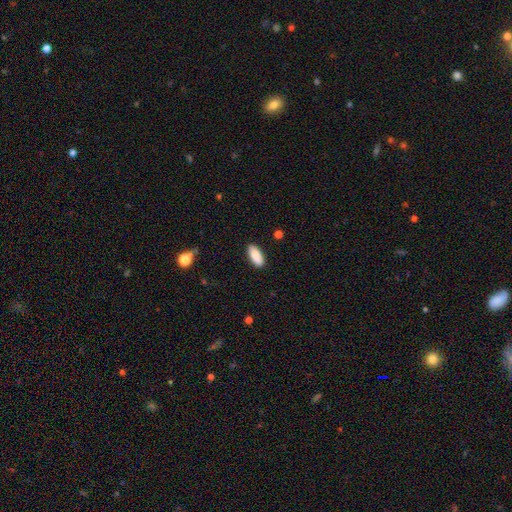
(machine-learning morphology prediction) This appears to be a smooth galaxy with no disk features (88%) that is in between round and cigar-shaped (82%). Merging: none (88%).